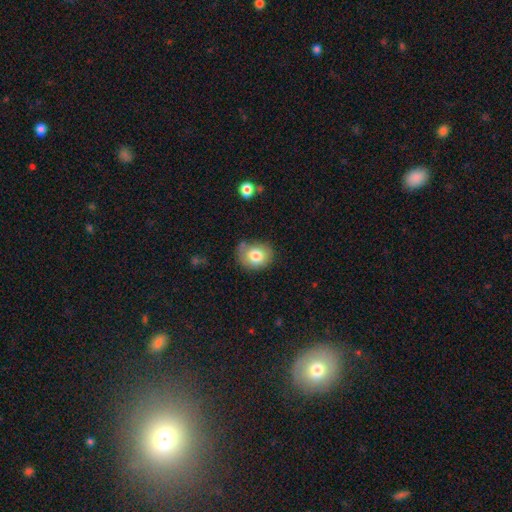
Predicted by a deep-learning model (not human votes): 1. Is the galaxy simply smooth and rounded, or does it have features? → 80% smooth, 12% featured or disk, 9% star or artifact.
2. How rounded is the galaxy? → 59% round, 40% in between, 1% cigar-shaped.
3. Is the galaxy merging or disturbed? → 65% none, 24% minor disturbance, 7% major disturbance, 5% merger.